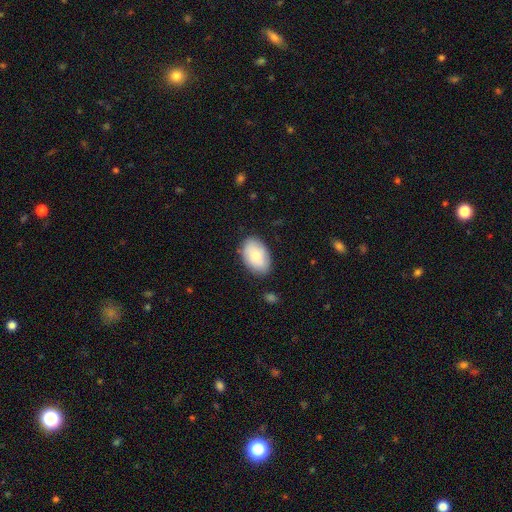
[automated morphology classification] This is likely a smooth galaxy (75%). How rounded: clearly in between (90%). Merging: clearly none (81%).